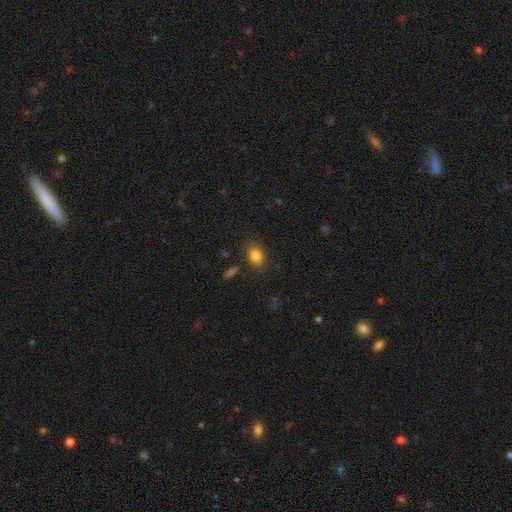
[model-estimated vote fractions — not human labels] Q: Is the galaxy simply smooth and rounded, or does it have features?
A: smooth — 84%.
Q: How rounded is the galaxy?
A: in between — 61%.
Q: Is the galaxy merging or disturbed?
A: none — 83%.